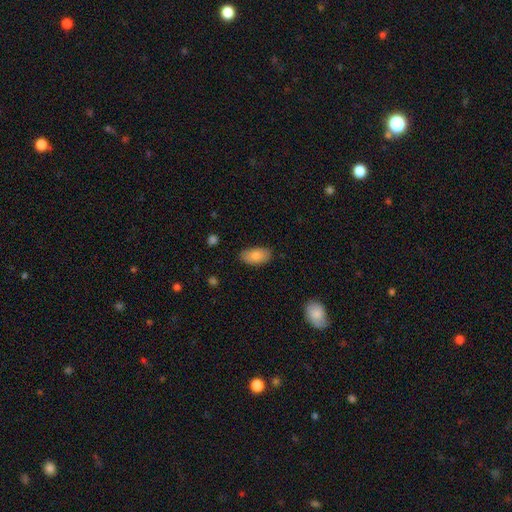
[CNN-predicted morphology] Smooth or featured?
  - smooth: 83% *
  - featured or disk: 10%
  - star or artifact: 7%
How rounded?
  - in between: 93% *
  - cigar-shaped: 4%
  - round: 4%
Merging?
  - none: 82% *
  - minor disturbance: 14%
  - major disturbance: 3%
  - merger: 1%